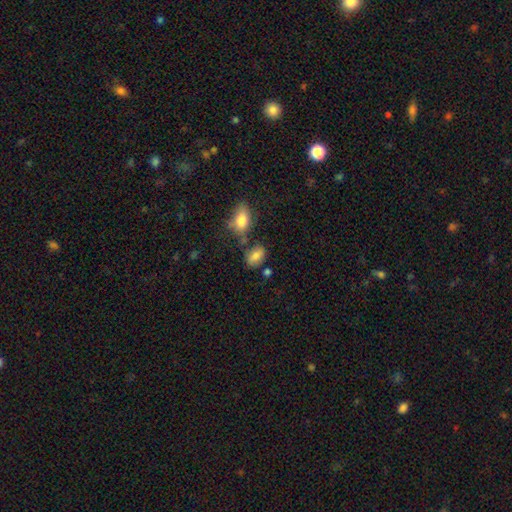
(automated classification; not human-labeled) A smooth galaxy with no disk features (80%) that is in between round and cigar-shaped (85%). Merging: none (64%).